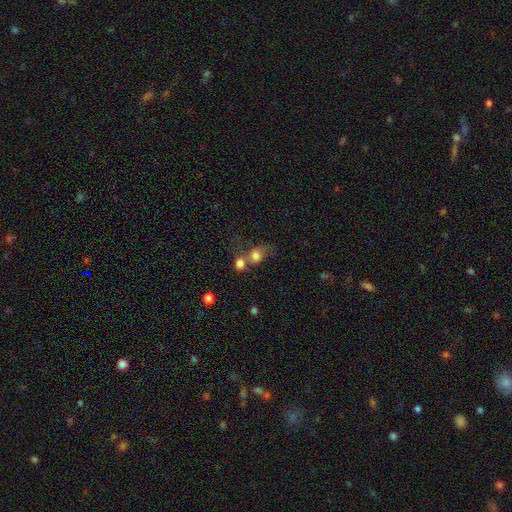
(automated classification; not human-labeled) Smooth or featured? Predicted: smooth (p=0.76). How rounded? Predicted: round (p=0.61). Merging? Predicted: merger (p=0.53).